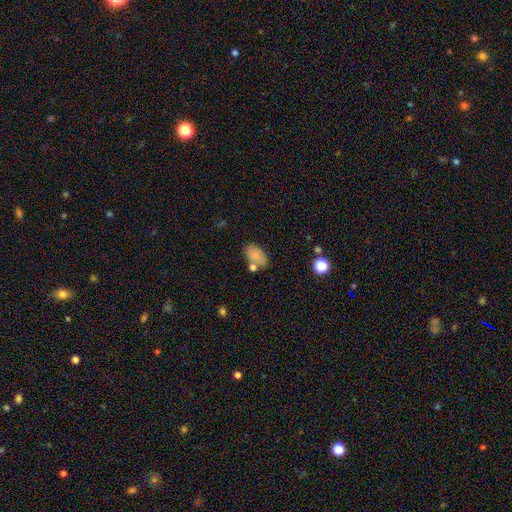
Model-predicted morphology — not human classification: The model was most divided on "merging": none: 61%, minor disturbance: 19%, merger: 15%, major disturbance: 6%. More confident: how rounded — in between (88%); smooth or featured — smooth (79%).